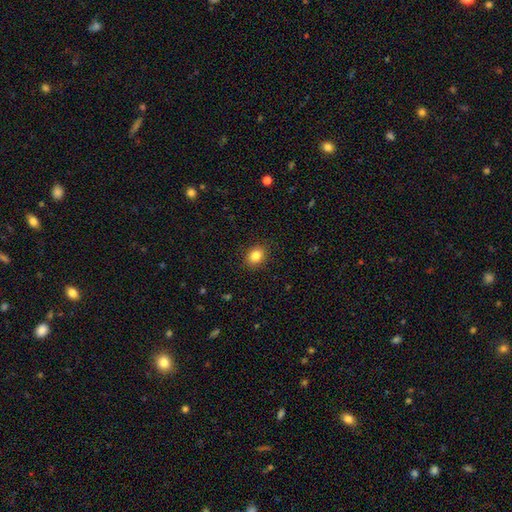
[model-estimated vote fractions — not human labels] smooth_or_featured: smooth (p=0.84) [alt: star or artifact p=0.10]
how_rounded: in between (p=0.51) [alt: round p=0.48]
merging: none (p=0.89) [alt: minor disturbance p=0.08]